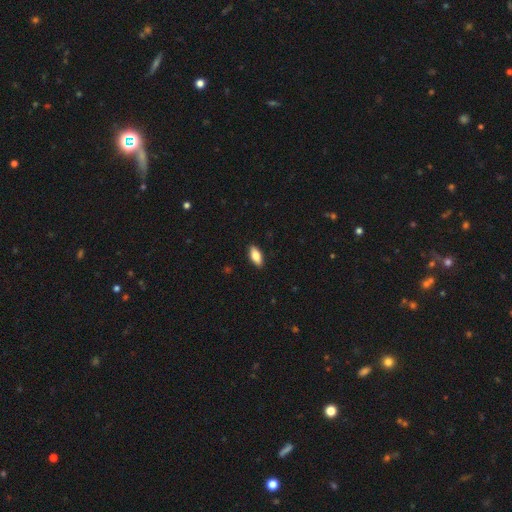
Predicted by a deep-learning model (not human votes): A smooth galaxy with no disk features (77%) that is in between round and cigar-shaped (84%).

Vote fractions:
- Smooth or featured? smooth: 77% / featured or disk: 17% / star or artifact: 6%
- How rounded? in between: 84% / cigar-shaped: 13% / round: 3%
- Merging? none: 90% / minor disturbance: 8% / major disturbance: 2% / merger: 1%